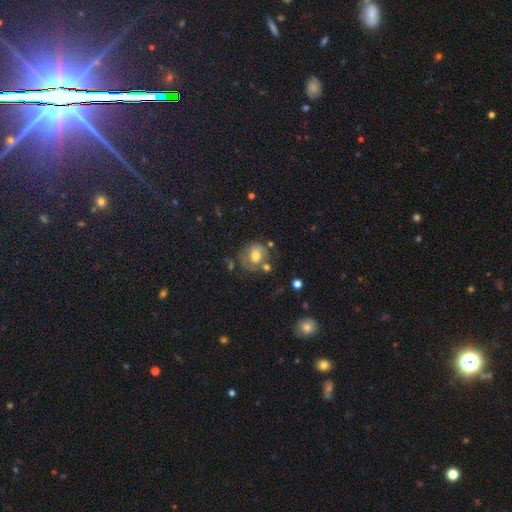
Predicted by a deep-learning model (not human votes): Smooth or featured? smooth (53%)
How rounded? round (71%)
Merging? none (52%)